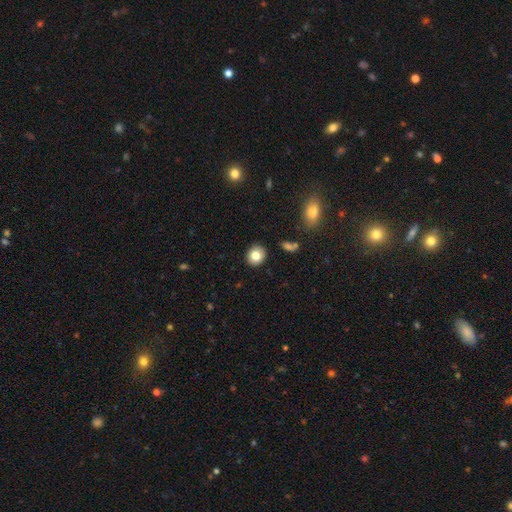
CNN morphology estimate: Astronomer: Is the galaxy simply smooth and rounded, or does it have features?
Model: smooth — 81%.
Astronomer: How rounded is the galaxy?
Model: round — 78%.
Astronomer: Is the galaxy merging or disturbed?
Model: none — 90%.